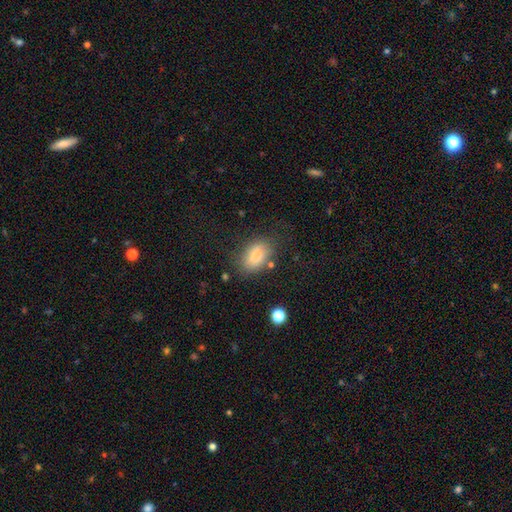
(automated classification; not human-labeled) smooth_or_featured: smooth (p=0.78) [alt: featured or disk p=0.12]
how_rounded: in between (p=0.85) [alt: round p=0.13]
merging: none (p=0.62) [alt: minor disturbance p=0.23]